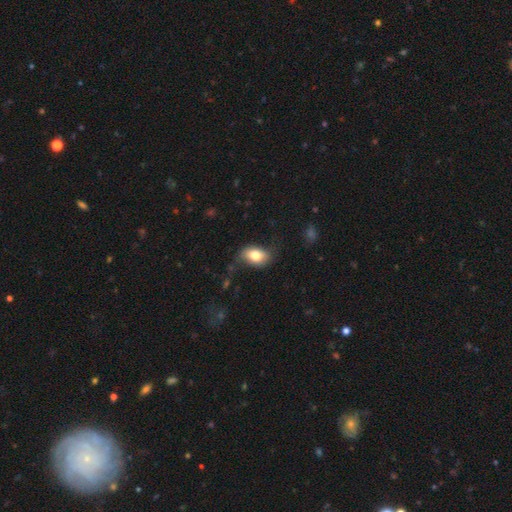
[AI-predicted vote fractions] This appears to be a smooth galaxy with no disk features (75%) that is in between round and cigar-shaped (87%). Merging: none (65%).